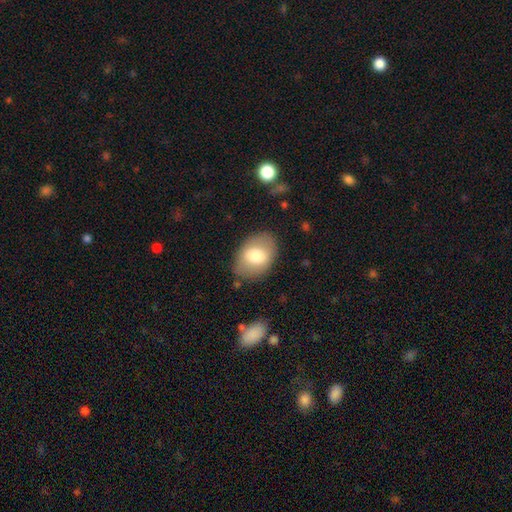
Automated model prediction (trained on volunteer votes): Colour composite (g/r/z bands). It shows a smooth galaxy with no disk features (73%) that is in between round and cigar-shaped (81%). Merging: none (80%).